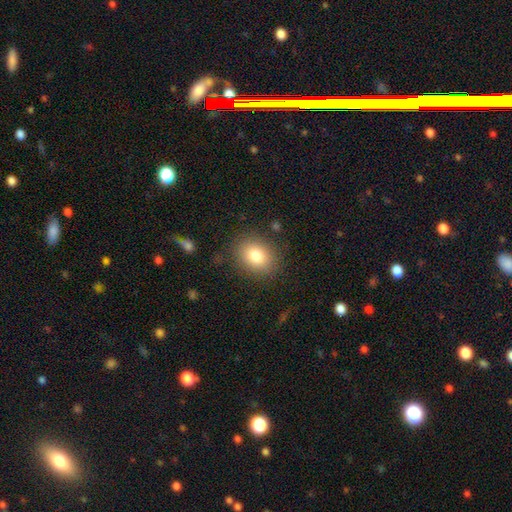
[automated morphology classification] Smooth or featured? smooth (80%)
How rounded? round (54%)
Merging? none (83%)